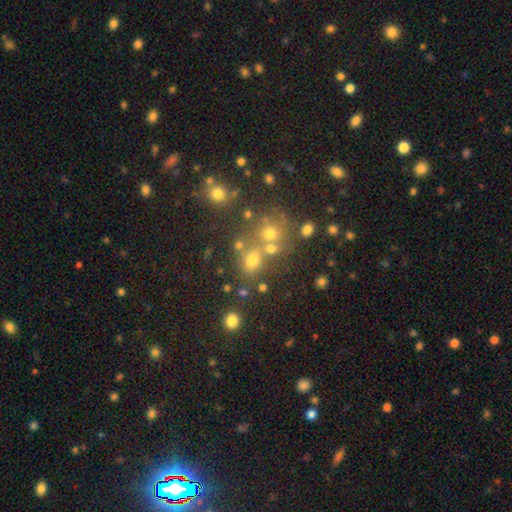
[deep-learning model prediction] This is possibly a smooth galaxy (53%). How rounded: likely round (75%). Merging: possibly none (53%).